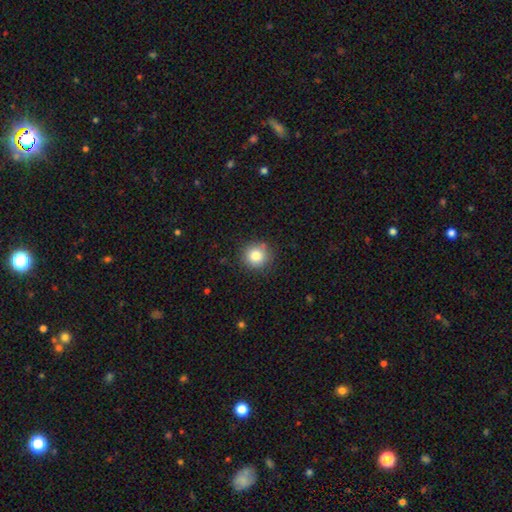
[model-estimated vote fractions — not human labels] Smooth or featured: smooth — 83% (star or artifact — 11%)
How rounded: round — 92% (in between — 7%)
Merging: none — 86% (minor disturbance — 10%)